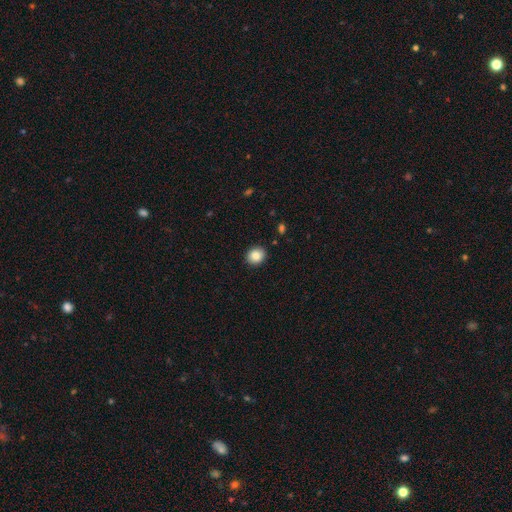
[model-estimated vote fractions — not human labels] Q: Smooth or featured?
A: smooth (86%); runner-up: star or artifact (9%)
Q: How rounded?
A: round (73%); runner-up: in between (26%)
Q: Merging?
A: none (91%); runner-up: minor disturbance (6%)